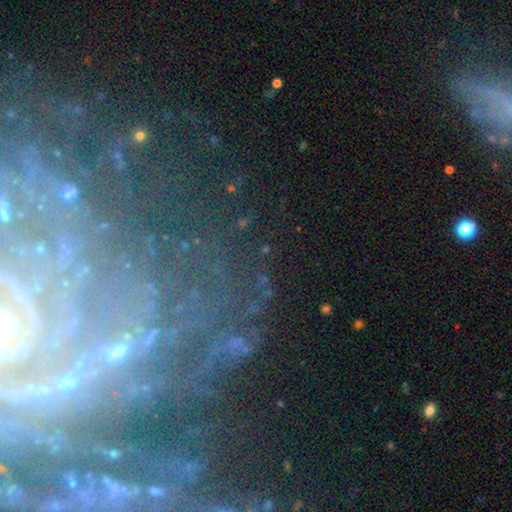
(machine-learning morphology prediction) The model was most divided on "spiral arm count": can't tell: 26%, more than 4: 16%, 3: 16%, 2: 15%, 4: 14%, 1: 12%. Remaining: edge-on disk — no (95%); spiral arms — yes (93%); bulge size — small (75%); spiral winding — tight (74%); smooth or featured — featured or disk (71%); merging — none (67%); bar — no (47%).